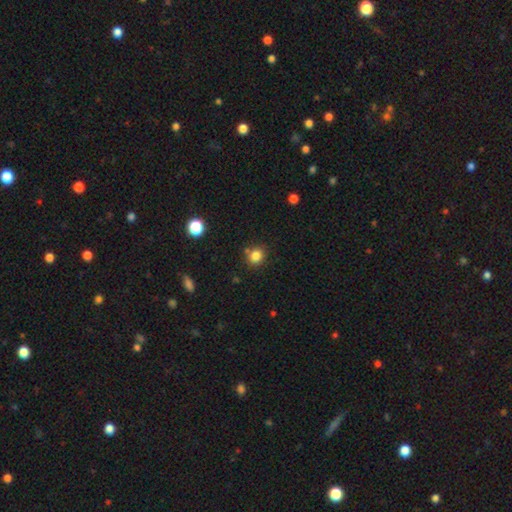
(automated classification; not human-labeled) Smooth or featured?
  - smooth: 82% *
  - star or artifact: 12%
  - featured or disk: 5%
How rounded?
  - round: 80% *
  - in between: 20%
  - cigar-shaped: 1%
Merging?
  - none: 76% *
  - minor disturbance: 11%
  - merger: 9%
  - major disturbance: 3%